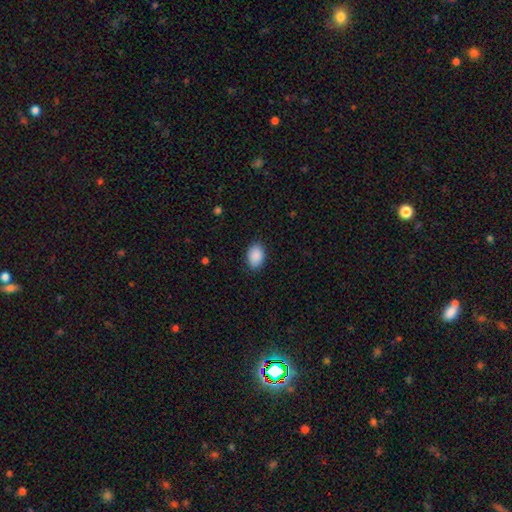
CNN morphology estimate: This is clearly a smooth galaxy (90%). How rounded: clearly in between (83%). Merging: clearly none (87%).